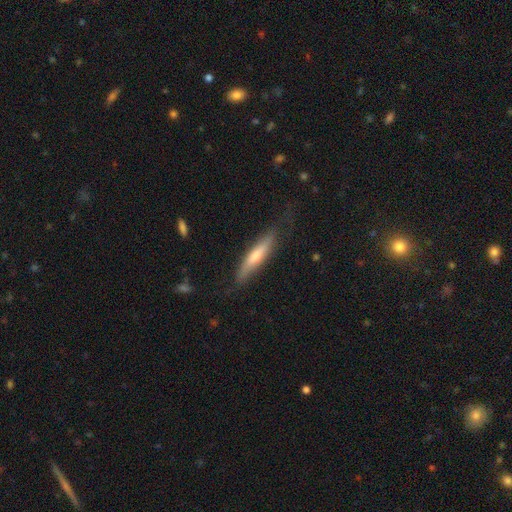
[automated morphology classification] This is possibly a smooth galaxy (54%). How rounded: clearly cigar-shaped (85%). Merging: likely none (72%).